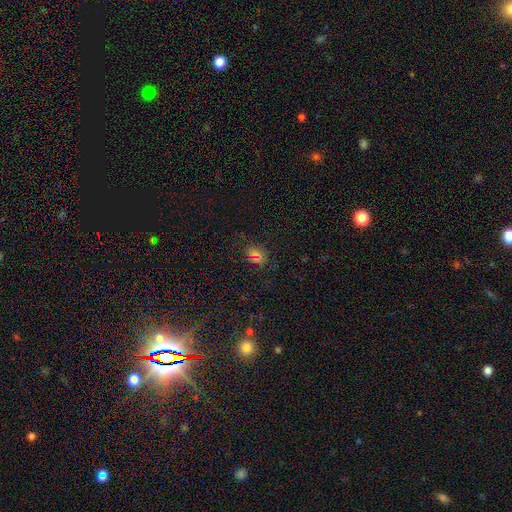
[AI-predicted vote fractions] A smooth galaxy with no disk features (63%) that is in between round and cigar-shaped (72%). Merging: none (80%).